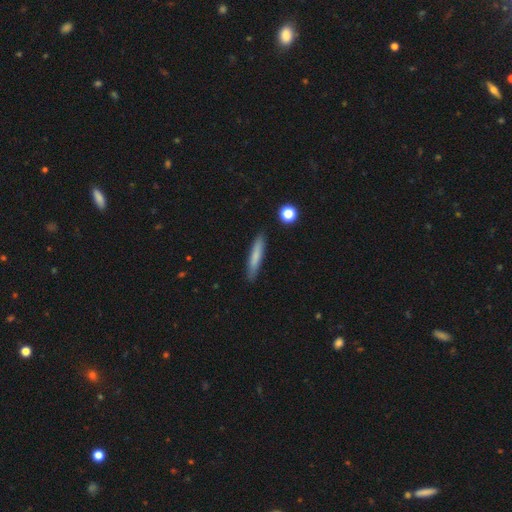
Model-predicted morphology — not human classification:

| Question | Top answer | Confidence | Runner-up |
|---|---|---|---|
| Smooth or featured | smooth | 75% | featured or disk (18%) |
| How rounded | cigar-shaped | 92% | in between (7%) |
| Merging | none | 88% | minor disturbance (8%) |